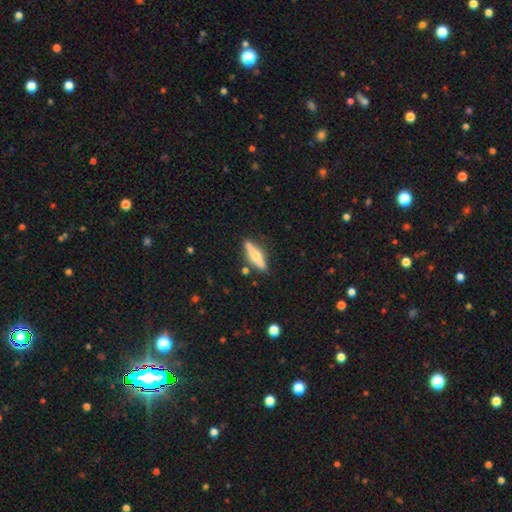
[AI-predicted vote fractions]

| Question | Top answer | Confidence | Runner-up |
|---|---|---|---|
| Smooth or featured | featured or disk | 60% | smooth (34%) |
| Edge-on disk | yes | 95% | no (5%) |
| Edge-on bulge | rounded | 93% | boxy (4%) |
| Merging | none | 85% | minor disturbance (9%) |